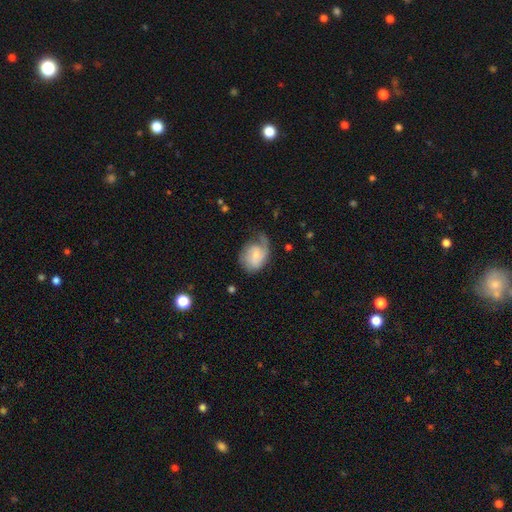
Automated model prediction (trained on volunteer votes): This appears to be a featured or disk galaxy (59%) with no bar (58%), spiral arms (86%) and a small central bulge (60%). Merging: none (43%).